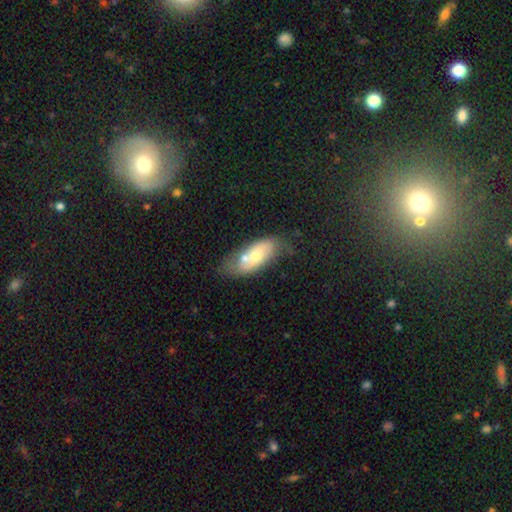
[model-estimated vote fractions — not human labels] Smooth or featured?
  - smooth: 52% *
  - featured or disk: 41%
  - star or artifact: 7%
How rounded?
  - in between: 82% *
  - cigar-shaped: 15%
  - round: 4%
Merging?
  - none: 42% *
  - merger: 31%
  - minor disturbance: 19%
  - major disturbance: 8%